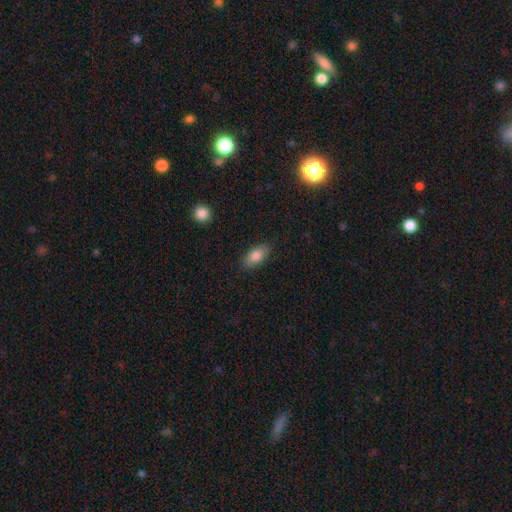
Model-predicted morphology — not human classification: smooth-or-featured: smooth: 83% | featured or disk: 10% | star or artifact: 7%
  how-rounded: in between: 88% | cigar-shaped: 8% | round: 3%
  merging: none: 86% | minor disturbance: 10% | major disturbance: 3% | merger: 1%